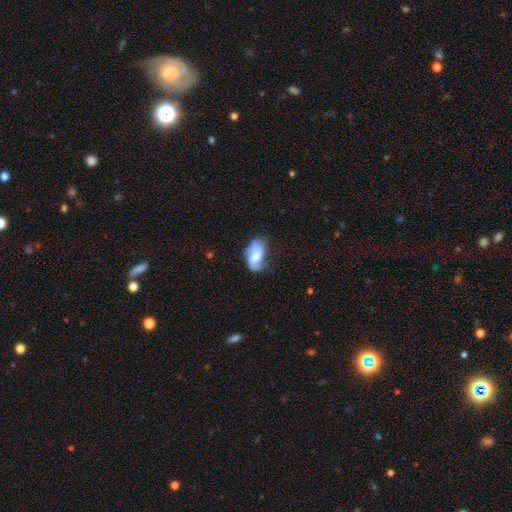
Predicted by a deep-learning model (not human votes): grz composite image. It shows a smooth galaxy with no disk features (59%) that is in between round and cigar-shaped (92%). Merging: none (48%).